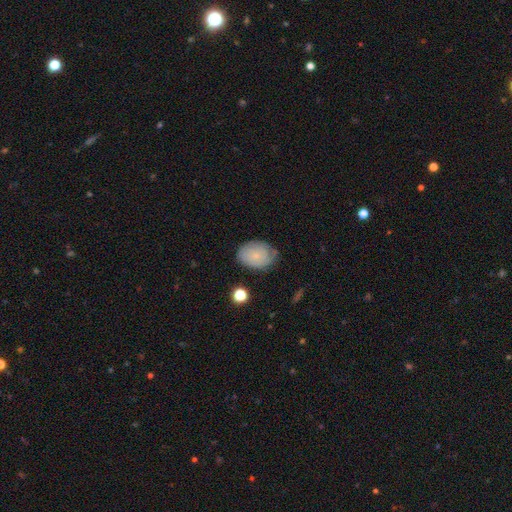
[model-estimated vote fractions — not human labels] This is possibly a smooth galaxy (59%). How rounded: likely in between (70%). Merging: likely none (68%).